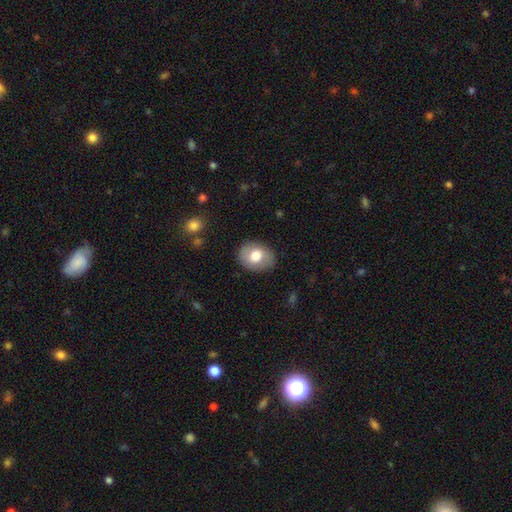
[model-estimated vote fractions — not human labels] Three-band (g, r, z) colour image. It shows a smooth galaxy with no disk features (72%) that is in between round and cigar-shaped (58%). Merging: none (83%).